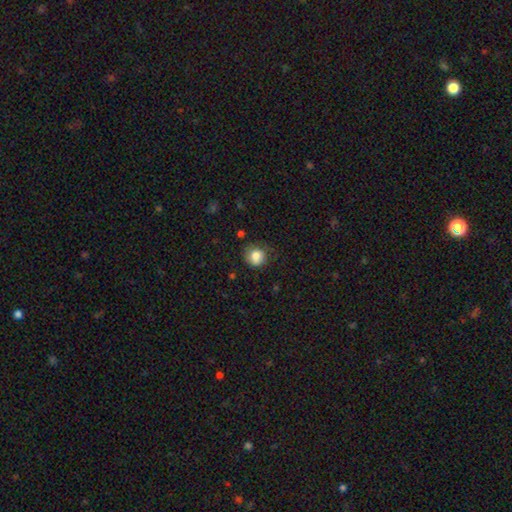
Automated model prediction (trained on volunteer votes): smooth_or_featured: smooth (p=0.82) [alt: star or artifact p=0.09]
how_rounded: round (p=0.84) [alt: in between p=0.15]
merging: none (p=0.70) [alt: minor disturbance p=0.22]